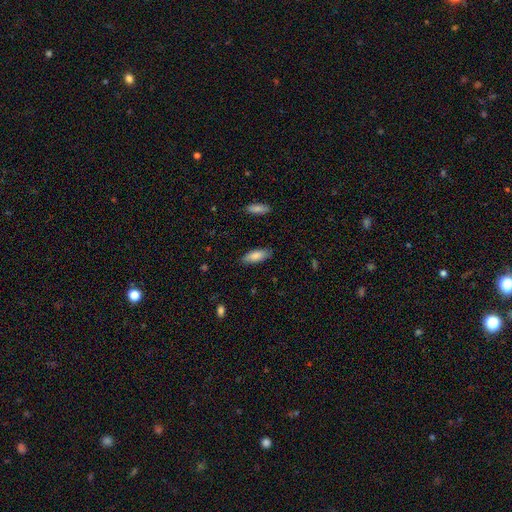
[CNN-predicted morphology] smooth_or_featured: smooth (p=0.83) [alt: featured or disk p=0.11]
how_rounded: in between (p=0.71) [alt: cigar-shaped p=0.28]
merging: none (p=0.84) [alt: minor disturbance p=0.12]